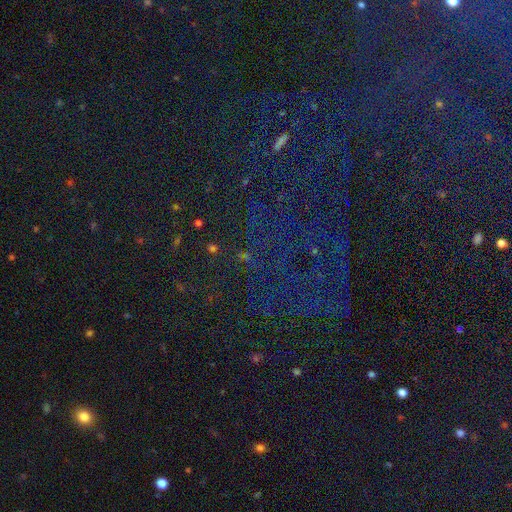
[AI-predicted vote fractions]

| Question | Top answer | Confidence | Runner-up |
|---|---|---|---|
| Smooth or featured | star or artifact | 83% | smooth (9%) |